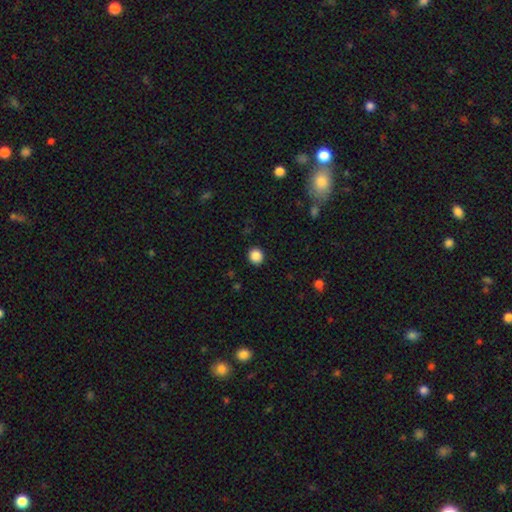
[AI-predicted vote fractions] smooth-or-featured: smooth: 87% | star or artifact: 10% | featured or disk: 3%
  how-rounded: round: 87% | in between: 12% | cigar-shaped: 1%
  merging: none: 91% | minor disturbance: 6% | major disturbance: 2% | merger: 1%